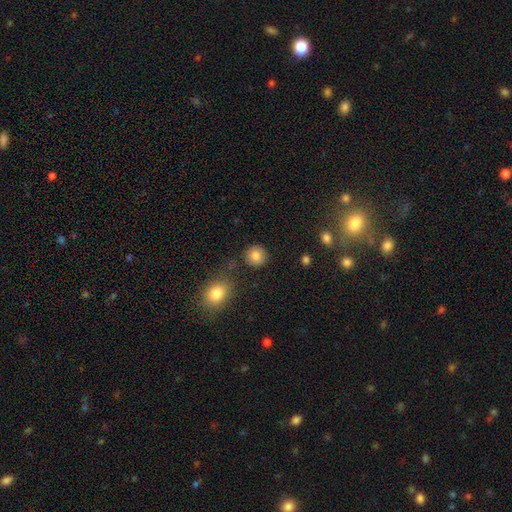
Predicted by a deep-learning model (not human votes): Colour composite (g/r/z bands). It shows a smooth galaxy with no disk features (85%) that is round (91%). Merging: none (86%).